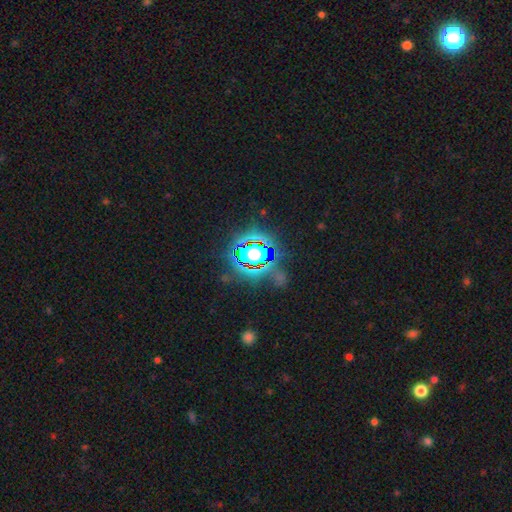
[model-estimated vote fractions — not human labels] Smooth or featured? star or artifact (81%)